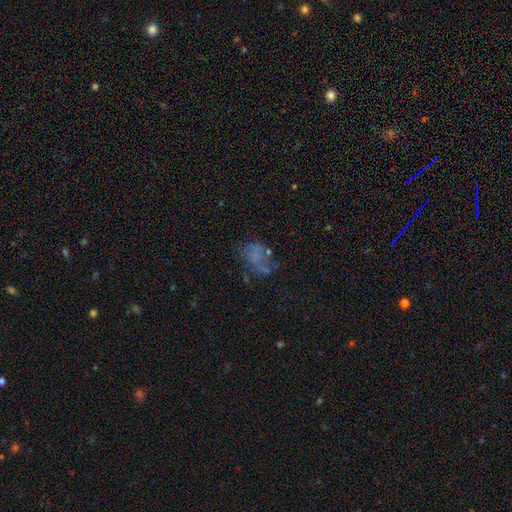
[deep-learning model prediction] This appears to be a featured or disk galaxy (42%). Merging: none (40%).